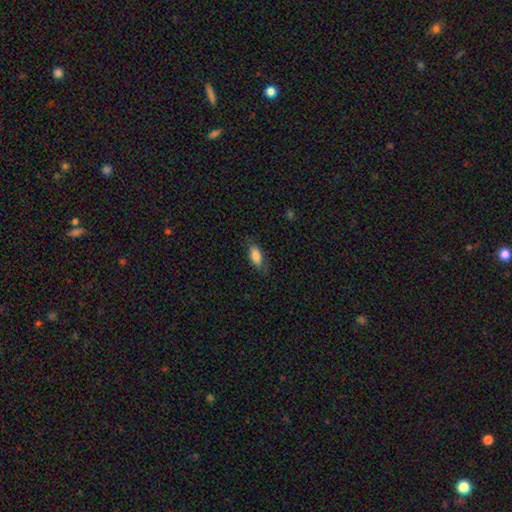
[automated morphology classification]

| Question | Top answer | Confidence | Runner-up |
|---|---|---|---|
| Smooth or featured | smooth | 84% | featured or disk (9%) |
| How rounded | in between | 85% | cigar-shaped (12%) |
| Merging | none | 77% | minor disturbance (17%) |